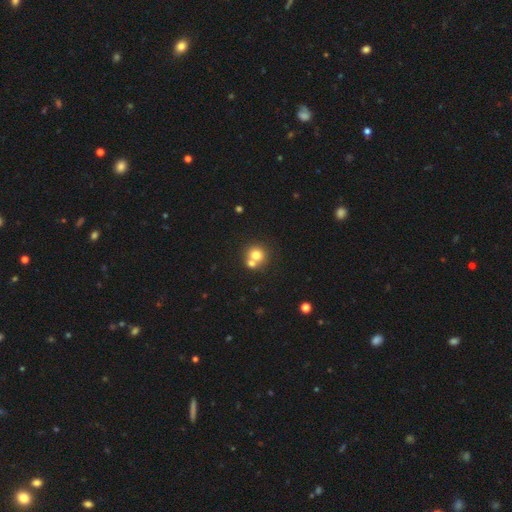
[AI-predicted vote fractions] smooth-or-featured: smooth: 75% | featured or disk: 13% | star or artifact: 12%
  how-rounded: round: 87% | in between: 12% | cigar-shaped: 1%
  merging: none: 51% | merger: 40% | minor disturbance: 7% | major disturbance: 3%